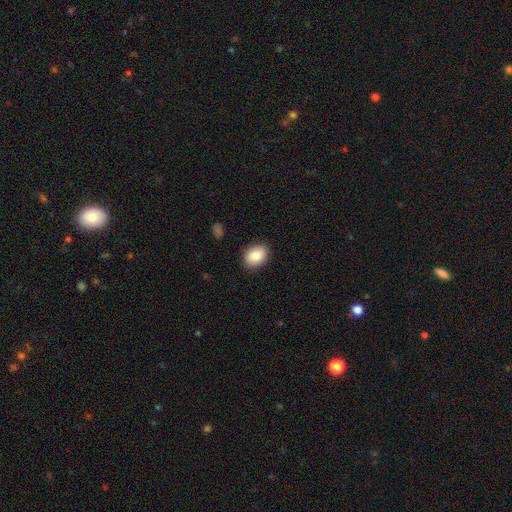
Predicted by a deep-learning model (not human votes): Smooth or featured: smooth — 85% (featured or disk — 8%)
How rounded: in between — 70% (round — 29%)
Merging: none — 89% (minor disturbance — 8%)